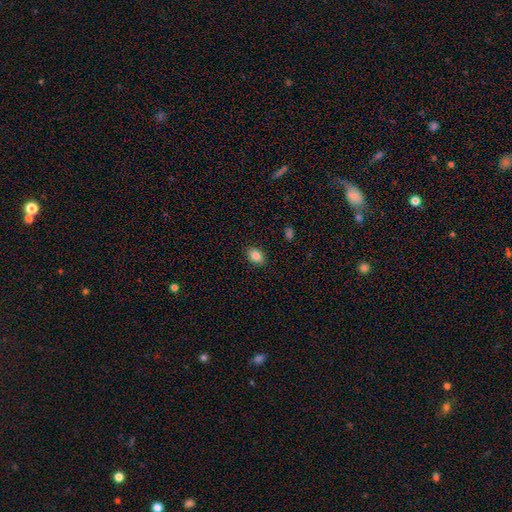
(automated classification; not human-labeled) Smooth or featured: smooth — 85% (star or artifact — 9%)
How rounded: in between — 80% (round — 19%)
Merging: none — 88% (minor disturbance — 9%)